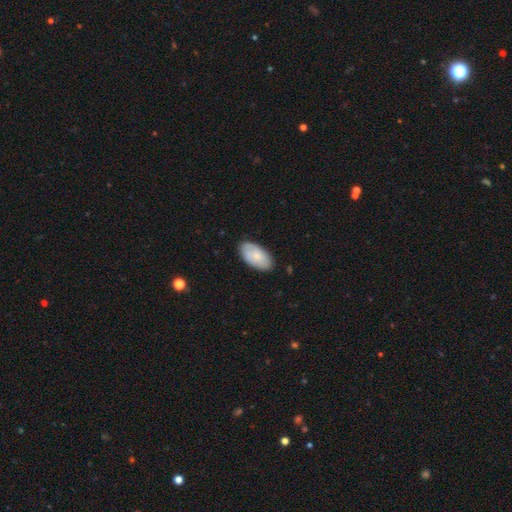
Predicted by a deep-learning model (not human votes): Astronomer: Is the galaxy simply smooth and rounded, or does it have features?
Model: smooth — 72%.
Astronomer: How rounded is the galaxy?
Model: in between — 95%.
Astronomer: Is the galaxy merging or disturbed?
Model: none — 84%.